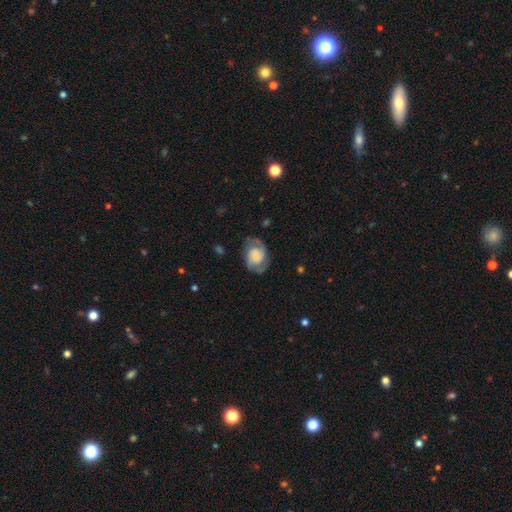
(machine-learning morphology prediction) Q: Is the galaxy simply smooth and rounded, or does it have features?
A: featured or disk — 73%.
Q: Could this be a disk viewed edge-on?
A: no — 98%.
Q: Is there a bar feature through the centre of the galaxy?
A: no — 63%.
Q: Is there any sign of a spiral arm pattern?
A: yes — 93%.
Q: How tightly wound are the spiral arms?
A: medium — 48%.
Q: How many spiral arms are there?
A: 2 — 83%.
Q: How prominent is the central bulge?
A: none — 28%.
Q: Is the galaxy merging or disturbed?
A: none — 71%.